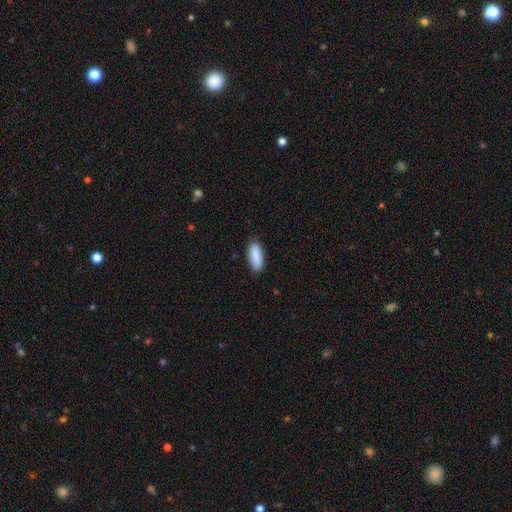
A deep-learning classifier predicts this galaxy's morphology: Smooth or featured? smooth (90%)
How rounded? in between (79%)
Merging? none (87%)